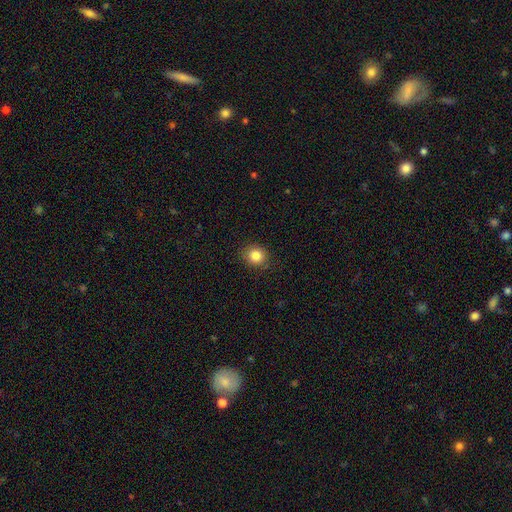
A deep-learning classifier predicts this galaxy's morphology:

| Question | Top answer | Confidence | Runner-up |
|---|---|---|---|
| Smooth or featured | smooth | 85% | star or artifact (10%) |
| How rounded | round | 79% | in between (20%) |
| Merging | none | 88% | minor disturbance (9%) |